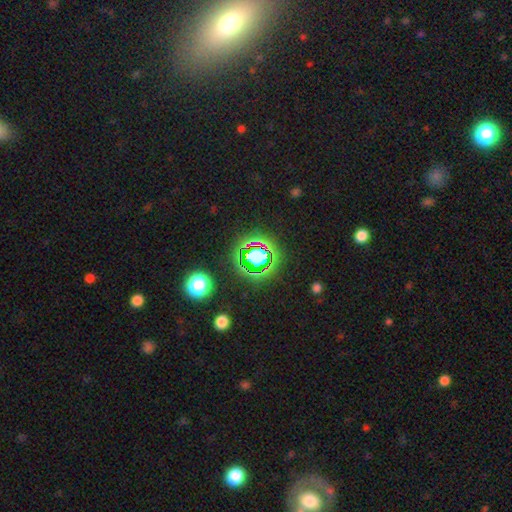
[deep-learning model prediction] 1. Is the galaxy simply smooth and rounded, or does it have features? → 63% star or artifact, 24% smooth, 13% featured or disk.